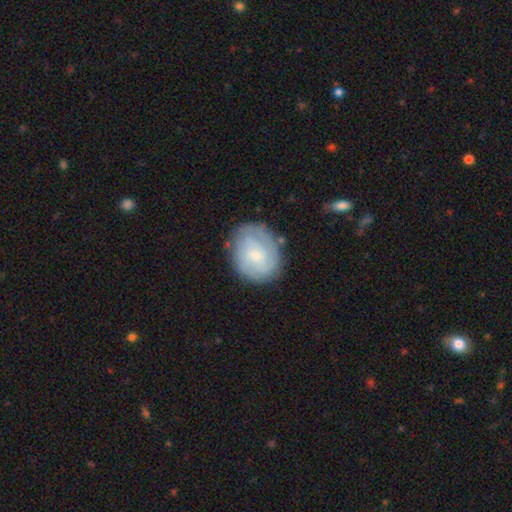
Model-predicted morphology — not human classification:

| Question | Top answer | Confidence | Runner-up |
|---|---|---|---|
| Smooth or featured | featured or disk | 55% | smooth (38%) |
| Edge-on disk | no | 97% | yes (3%) |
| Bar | no | 58% | weak (37%) |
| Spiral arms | yes | 83% | no (17%) |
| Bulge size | small | 58% | moderate (32%) |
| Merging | none | 75% | minor disturbance (17%) |